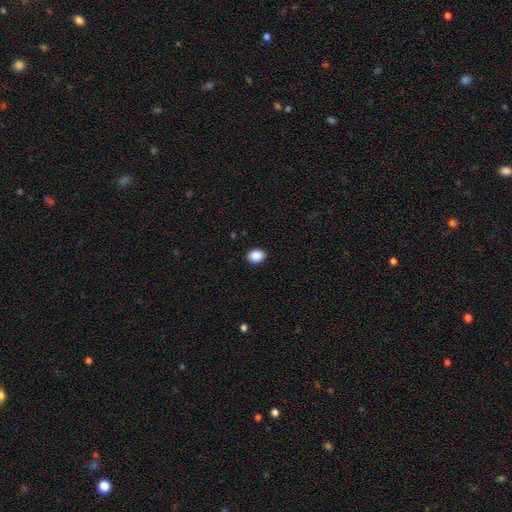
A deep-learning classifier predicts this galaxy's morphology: smooth_or_featured: smooth (p=0.88) [alt: star or artifact p=0.08]
how_rounded: round (p=0.50) [alt: in between p=0.49]
merging: none (p=0.91) [alt: minor disturbance p=0.06]